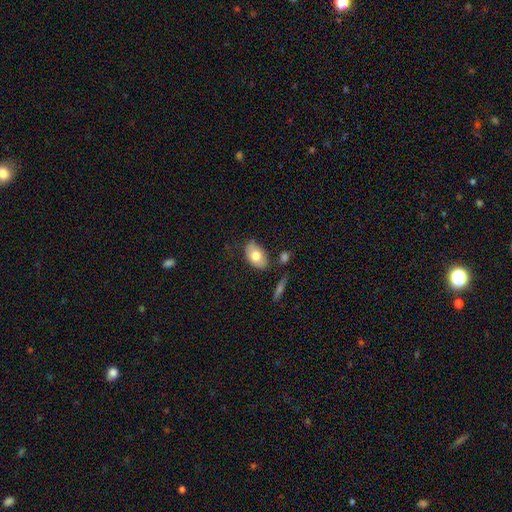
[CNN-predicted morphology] The model was most divided on "smooth or featured": smooth: 75%, featured or disk: 19%, star or artifact: 6%. More confident: how rounded — in between (89%); merging — none (72%).